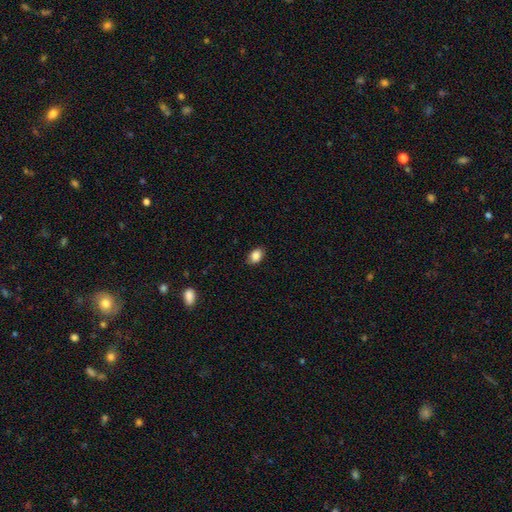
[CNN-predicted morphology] type=smooth (87%); roundness=in between (84%); merging=none (85%).